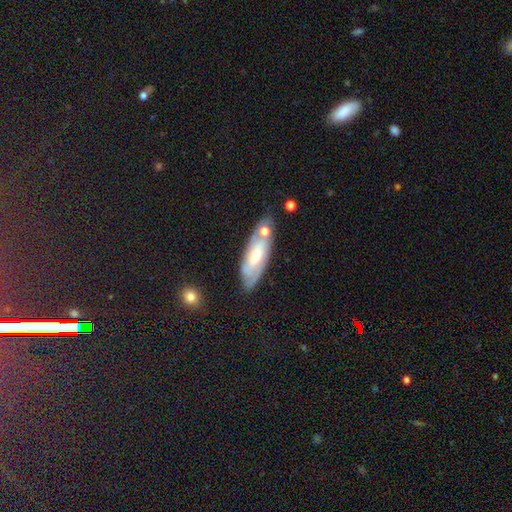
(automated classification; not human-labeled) smooth_or_featured: featured or disk (p=0.64) [alt: smooth p=0.29]
disk_edge_on: no (p=0.77) [alt: yes p=0.23]
merging: none (p=0.69) [alt: minor disturbance p=0.17]